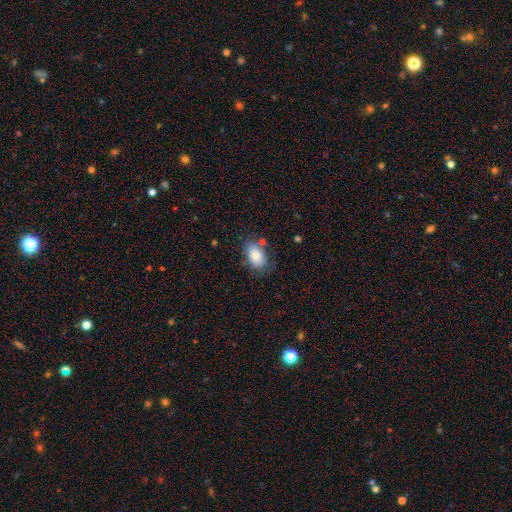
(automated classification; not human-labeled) Q: Smooth or featured?
A: smooth (80%); runner-up: featured or disk (12%)
Q: How rounded?
A: in between (88%); runner-up: round (11%)
Q: Merging?
A: none (73%); runner-up: minor disturbance (17%)